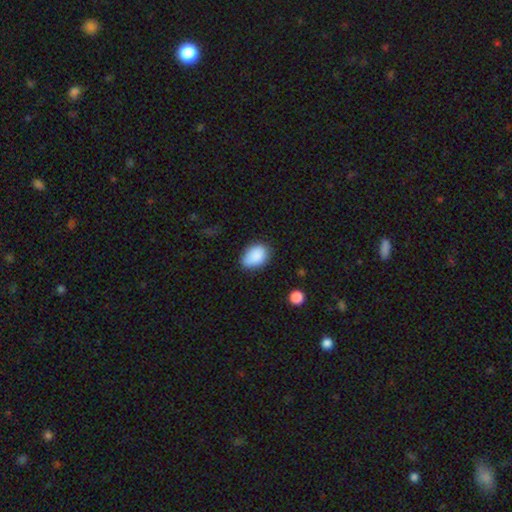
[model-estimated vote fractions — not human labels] smooth-or-featured: smooth: 88% | star or artifact: 8% | featured or disk: 5%
  how-rounded: in between: 82% | round: 16% | cigar-shaped: 1%
  merging: none: 71% | minor disturbance: 22% | major disturbance: 4% | merger: 2%